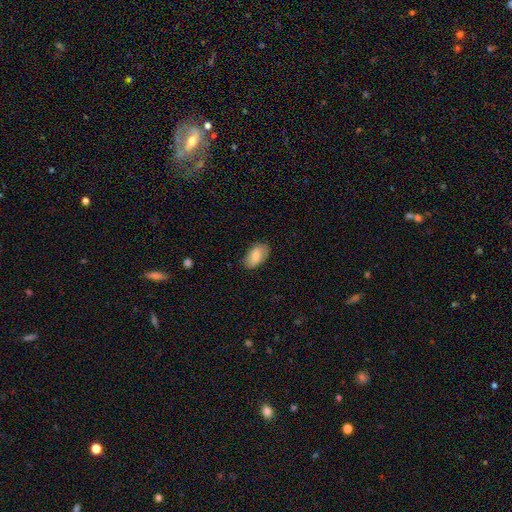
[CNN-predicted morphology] smooth 80%, featured or disk 13%, star or artifact 7%. Down the decision tree: how rounded — in between (94%); merging — none (80%).